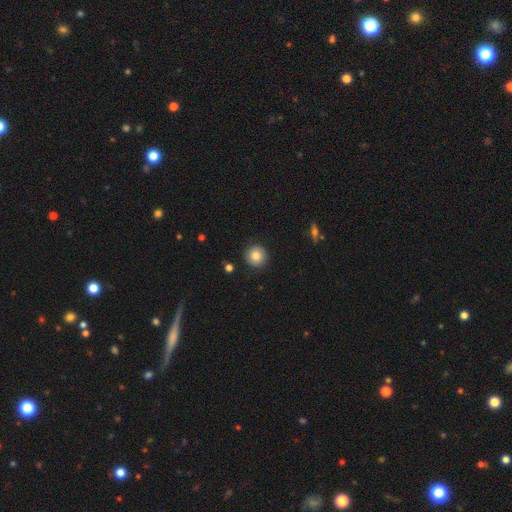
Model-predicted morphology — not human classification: Q: Smooth or featured?
A: smooth (83%); runner-up: star or artifact (10%)
Q: How rounded?
A: round (95%); runner-up: in between (5%)
Q: Merging?
A: none (90%); runner-up: minor disturbance (6%)